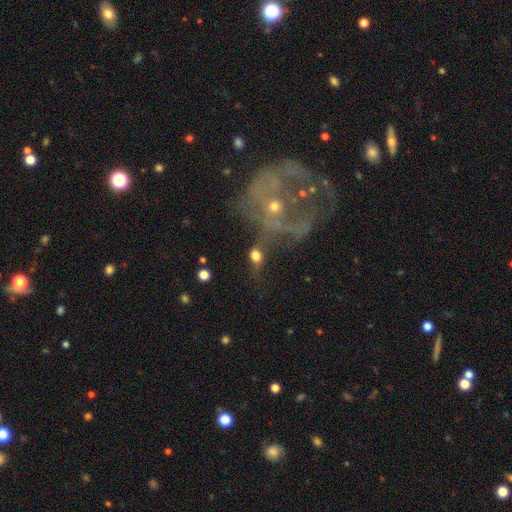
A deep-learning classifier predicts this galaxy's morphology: This is possibly a smooth galaxy (59%). How rounded: possibly in between (51%). Merging: marginally none (37%).